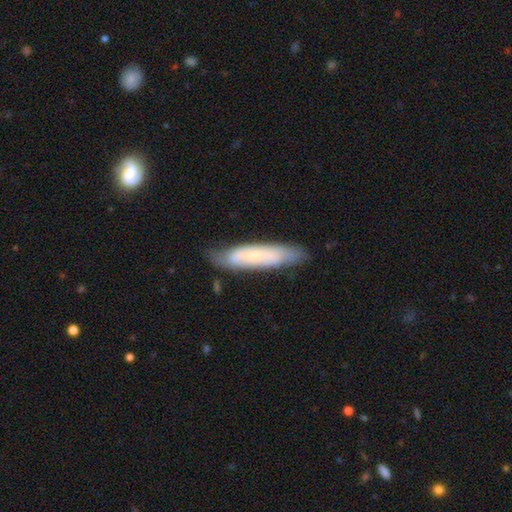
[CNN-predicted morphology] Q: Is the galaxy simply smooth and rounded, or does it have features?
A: smooth — 51%.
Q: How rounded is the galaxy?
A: cigar-shaped — 76%.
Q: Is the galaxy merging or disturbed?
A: none — 75%.